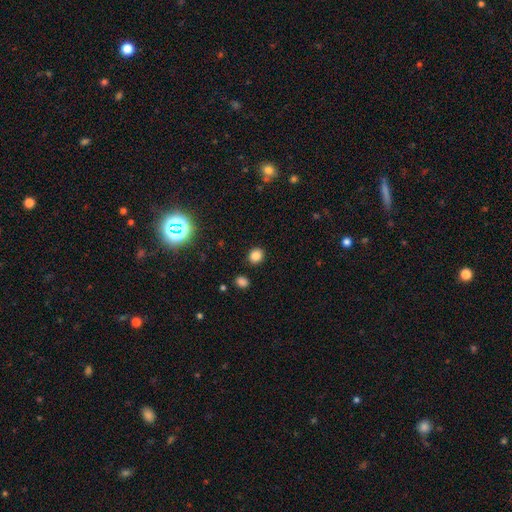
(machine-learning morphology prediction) A smooth galaxy with no disk features (82%) that is round (75%). Merging: none (88%).